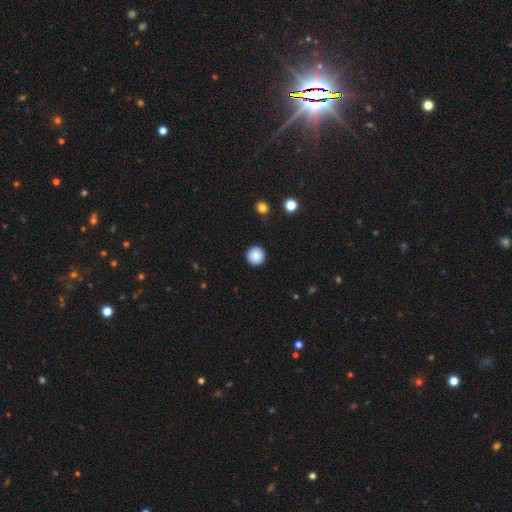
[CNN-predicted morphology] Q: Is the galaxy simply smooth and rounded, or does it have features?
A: smooth — 88%.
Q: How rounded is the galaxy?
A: round — 96%.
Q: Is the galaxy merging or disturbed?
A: none — 92%.